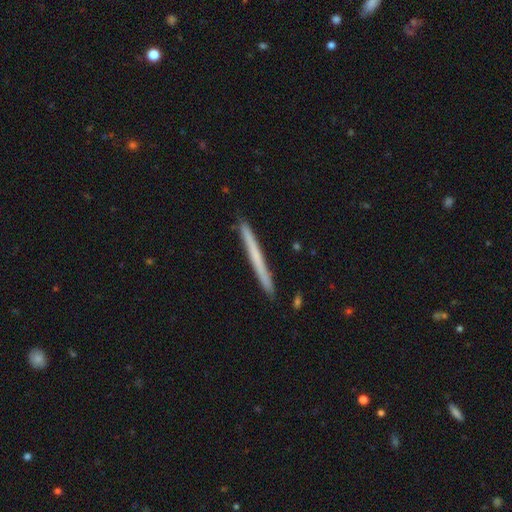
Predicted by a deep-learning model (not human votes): Smooth or featured: smooth — 54% (featured or disk — 41%)
How rounded: cigar-shaped — 98% (in between — 1%)
Merging: none — 92% (minor disturbance — 6%)